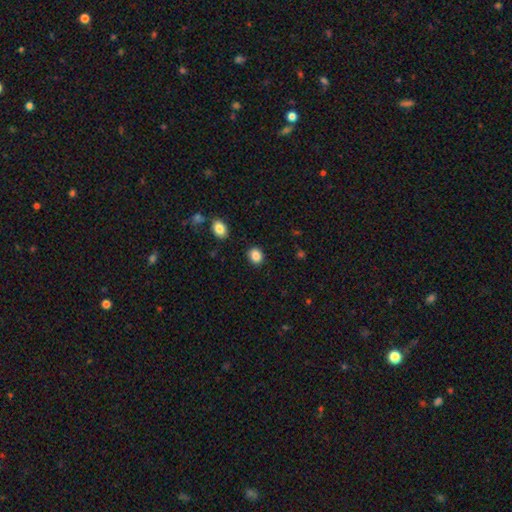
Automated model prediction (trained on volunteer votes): Smooth or featured? smooth (87%)
How rounded? round (57%)
Merging? none (88%)